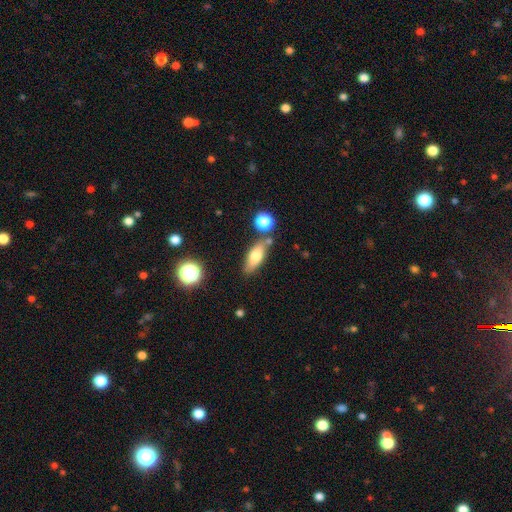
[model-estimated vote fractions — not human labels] Smooth or featured? smooth (67%)
How rounded? in between (68%)
Merging? none (72%)